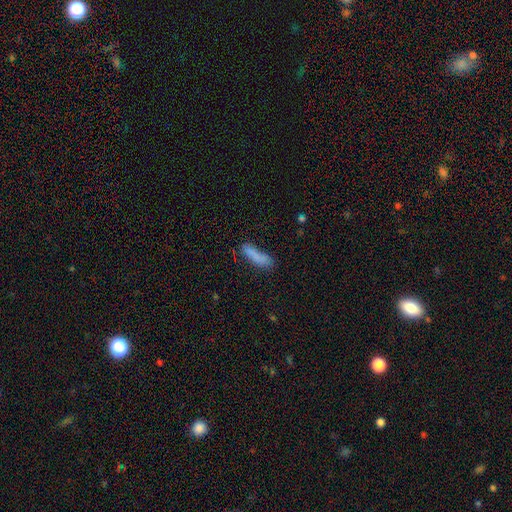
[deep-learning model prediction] This appears to be a smooth galaxy with no disk features (81%) that is cigar-shaped (63%). Merging: none (61%).